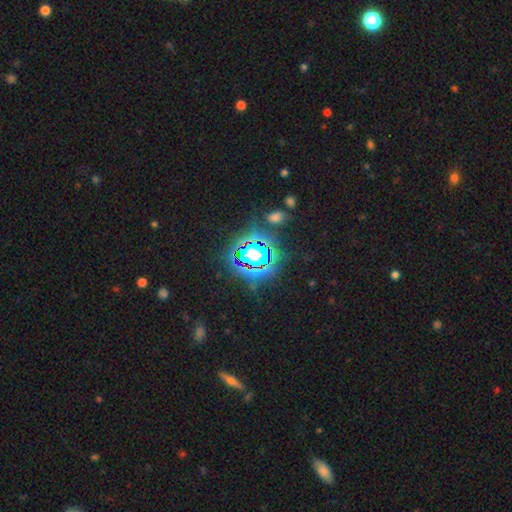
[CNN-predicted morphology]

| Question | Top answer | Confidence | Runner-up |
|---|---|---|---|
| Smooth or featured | star or artifact | 81% | smooth (11%) |